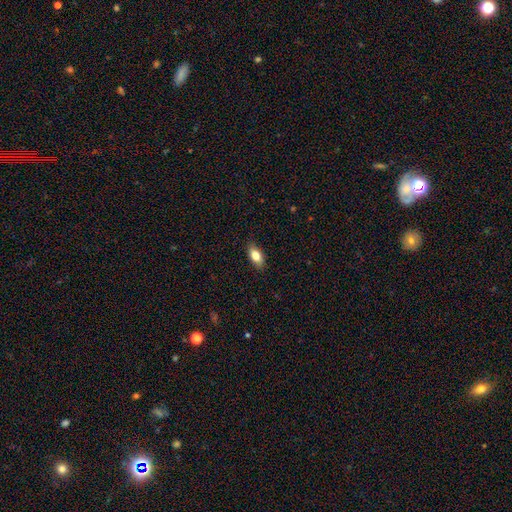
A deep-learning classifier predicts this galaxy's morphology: This appears to be a smooth galaxy with no disk features (82%) that is in between round and cigar-shaped (88%). Merging: none (87%).